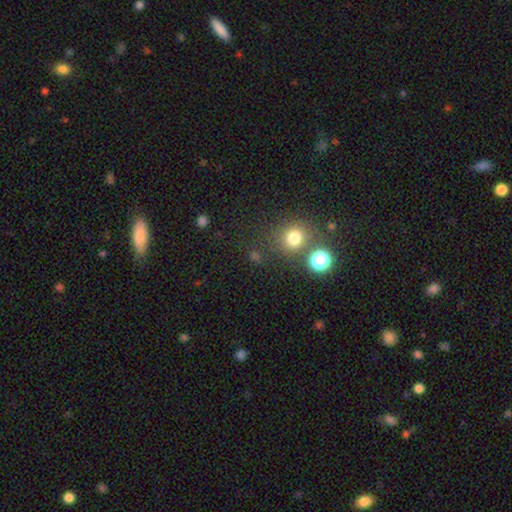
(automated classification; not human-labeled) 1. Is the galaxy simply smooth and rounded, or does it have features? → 66% smooth, 27% star or artifact, 7% featured or disk.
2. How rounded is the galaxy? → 83% round, 15% in between, 1% cigar-shaped.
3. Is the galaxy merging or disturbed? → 77% none, 9% merger, 9% minor disturbance, 4% major disturbance.